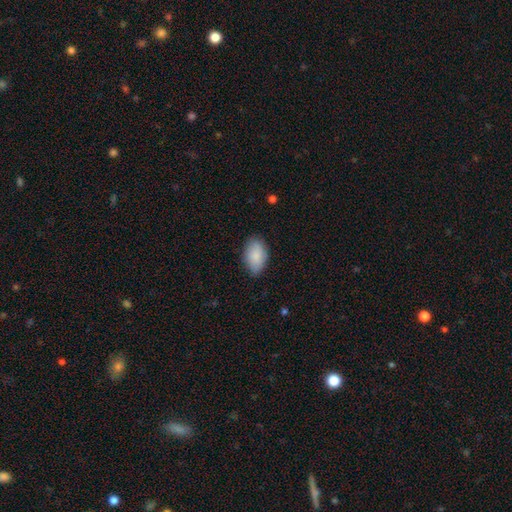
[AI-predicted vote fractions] Smooth or featured?
  - smooth: 87% *
  - featured or disk: 7%
  - star or artifact: 6%
How rounded?
  - in between: 93% *
  - round: 6%
  - cigar-shaped: 1%
Merging?
  - none: 80% *
  - minor disturbance: 16%
  - major disturbance: 3%
  - merger: 1%